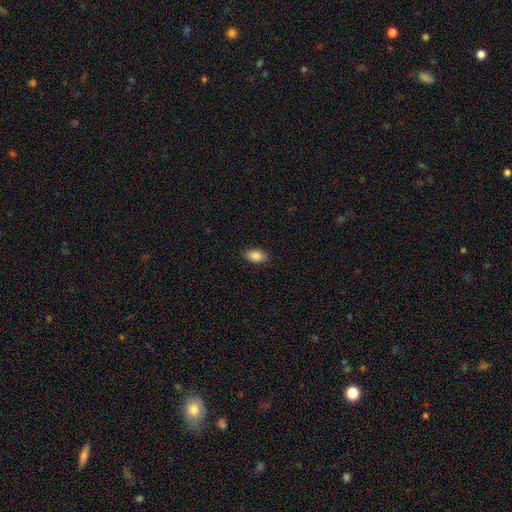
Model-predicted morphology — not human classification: smooth 87%, star or artifact 7%, featured or disk 5%. Down the decision tree: how rounded — in between (91%); merging — none (87%).